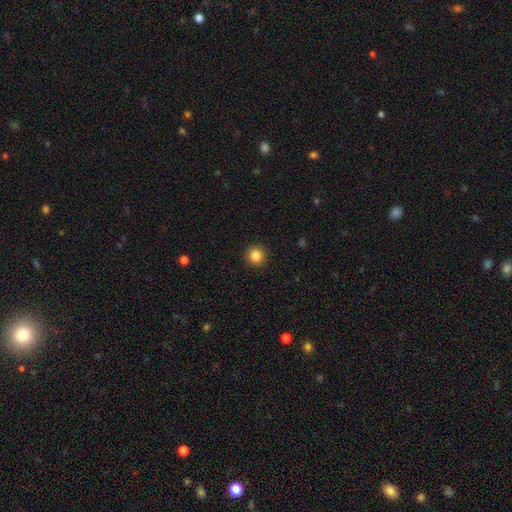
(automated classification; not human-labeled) The model was most divided on "smooth or featured": smooth: 85%, star or artifact: 11%, featured or disk: 4%. More confident: how rounded — round (96%); merging — none (93%).